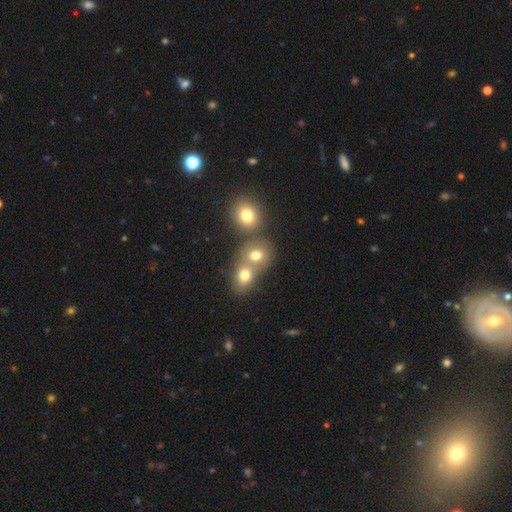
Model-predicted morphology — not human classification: Q: Smooth or featured?
A: smooth (74%); runner-up: star or artifact (13%)
Q: How rounded?
A: round (74%); runner-up: in between (25%)
Q: Merging?
A: merger (49%); runner-up: none (41%)